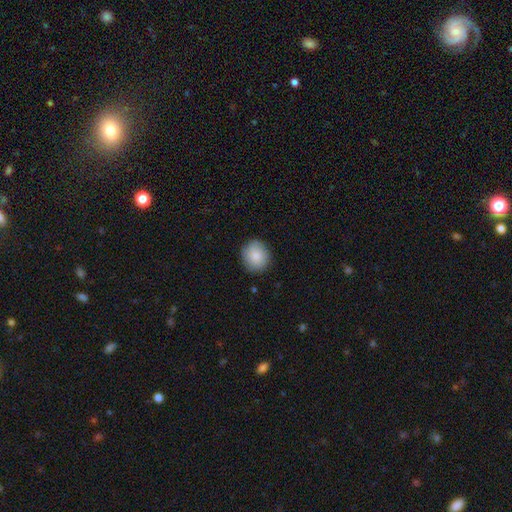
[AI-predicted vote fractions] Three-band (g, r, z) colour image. It shows a smooth galaxy with no disk features (86%) that is round (85%). Merging: none (87%).